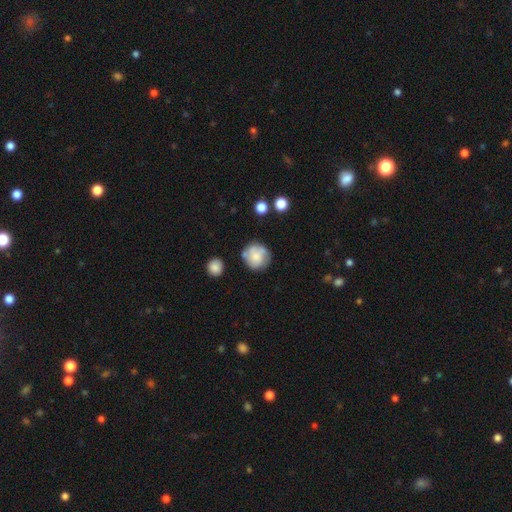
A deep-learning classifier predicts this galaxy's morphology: smooth-or-featured: smooth: 58% | featured or disk: 34% | star or artifact: 8%
  how-rounded: round: 88% | in between: 11% | cigar-shaped: 1%
  merging: none: 67% | minor disturbance: 19% | major disturbance: 7% | merger: 7%